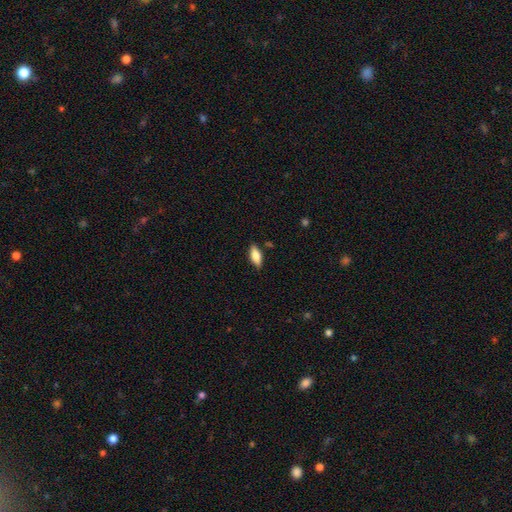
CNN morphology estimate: type=smooth (79%); roundness=in between (78%); merging=none (85%).